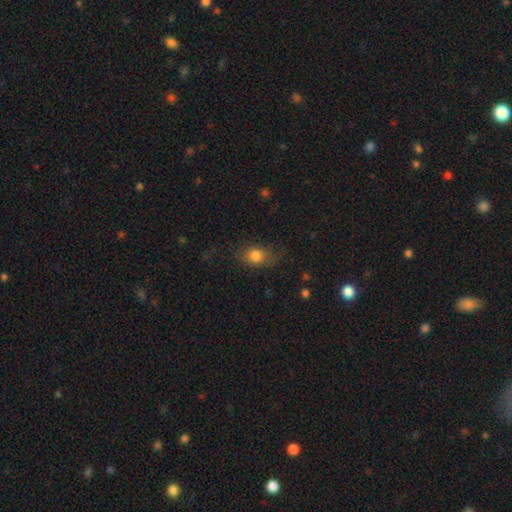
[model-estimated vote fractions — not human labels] smooth-or-featured: smooth: 81% | star or artifact: 10% | featured or disk: 9%
  how-rounded: in between: 59% | round: 39% | cigar-shaped: 2%
  merging: none: 71% | minor disturbance: 20% | major disturbance: 8% | merger: 1%